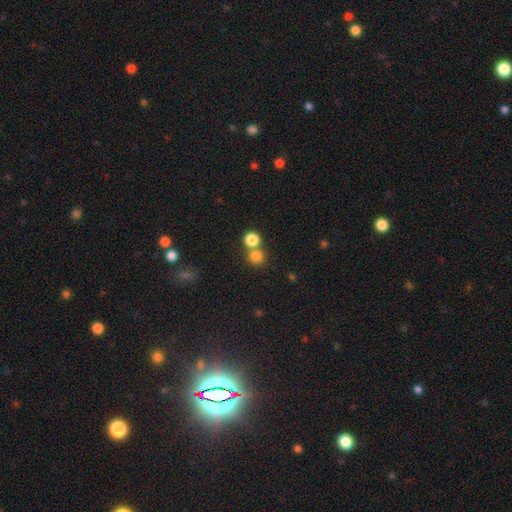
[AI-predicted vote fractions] smooth 80%, star or artifact 14%, featured or disk 6%. Down the decision tree: how rounded — round (89%); merging — none (57%).